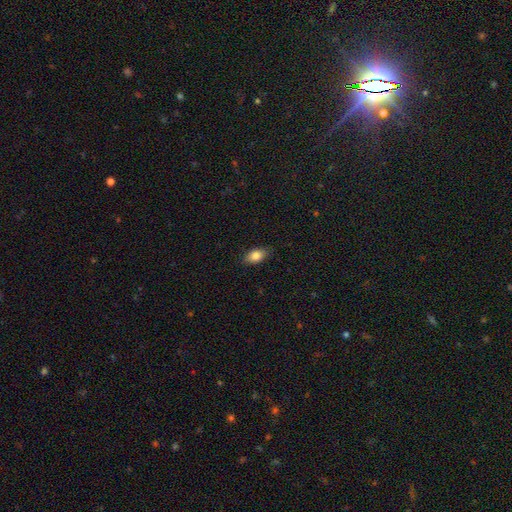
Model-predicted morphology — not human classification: type=smooth (81%); roundness=in between (87%); merging=none (85%).